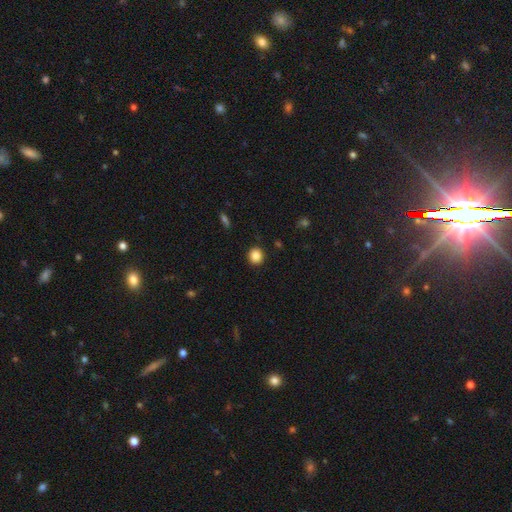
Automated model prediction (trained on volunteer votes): Smooth or featured? smooth (87%)
How rounded? round (86%)
Merging? none (91%)